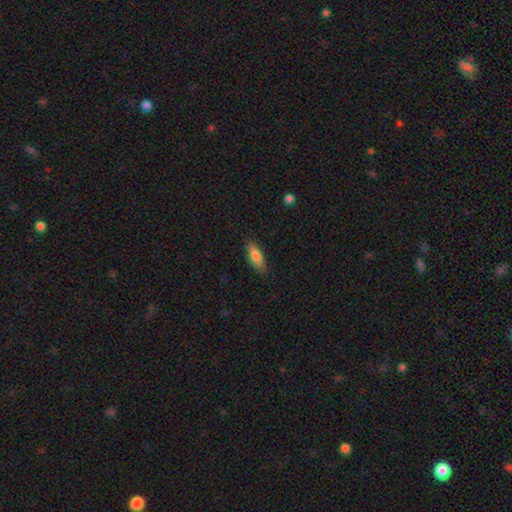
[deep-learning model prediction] smooth 81%, featured or disk 12%, star or artifact 6%. Down the decision tree: how rounded — in between (70%); merging — none (85%).